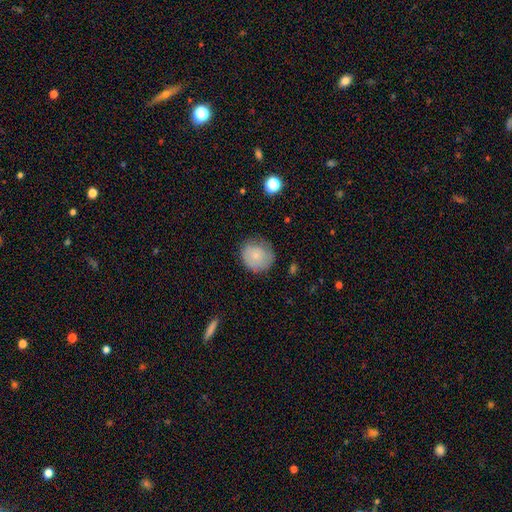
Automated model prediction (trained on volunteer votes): Smooth or featured? Predicted: smooth (p=0.73). How rounded? Predicted: round (p=0.87). Merging? Predicted: none (p=0.72).